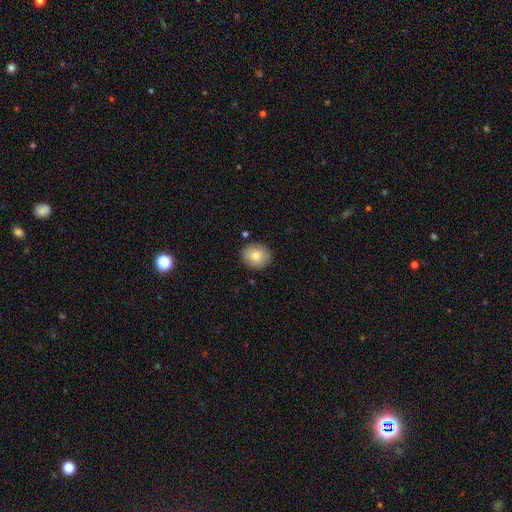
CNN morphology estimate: smooth 82%, featured or disk 10%, star or artifact 8%. Down the decision tree: how rounded — round (67%); merging — none (87%).